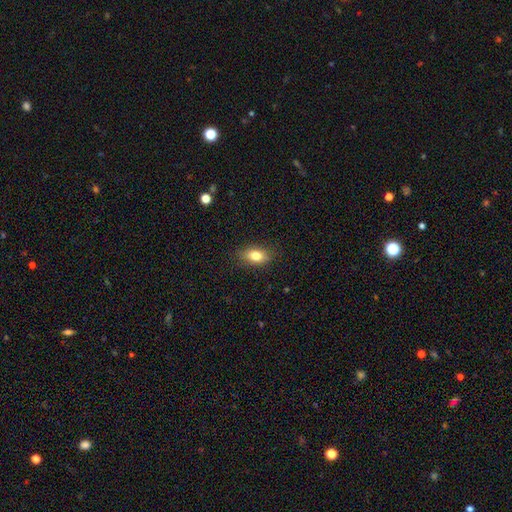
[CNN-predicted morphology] smooth-or-featured: smooth: 78% | featured or disk: 13% | star or artifact: 9%
  how-rounded: in between: 81% | round: 13% | cigar-shaped: 6%
  merging: none: 85% | minor disturbance: 11% | major disturbance: 3% | merger: 1%